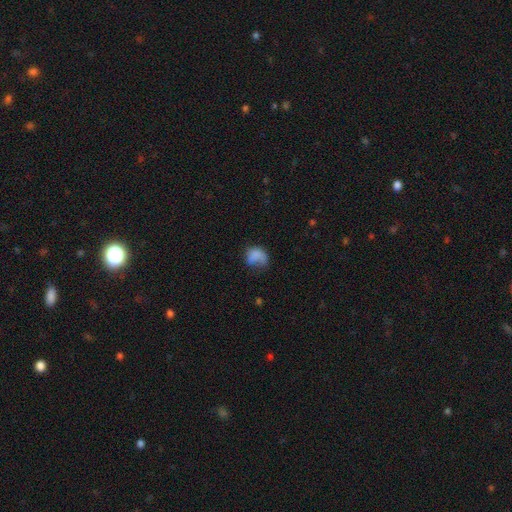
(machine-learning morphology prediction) This is likely a smooth galaxy (73%). How rounded: possibly in between (54%). Merging: marginally none (33%, tied with major disturbance).